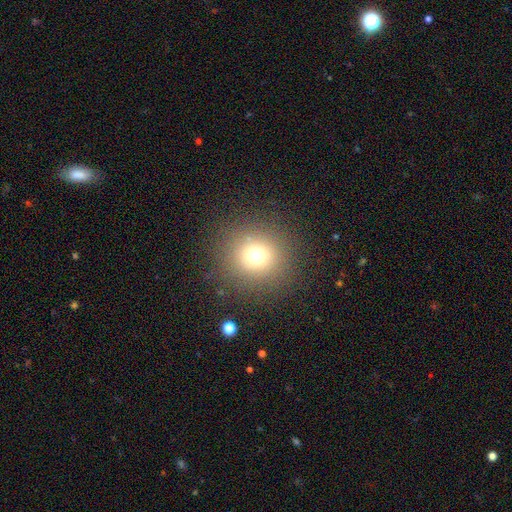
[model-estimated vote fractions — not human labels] The model was most divided on "smooth or featured": smooth: 71%, star or artifact: 19%, featured or disk: 10%. More confident: how rounded — round (93%); merging — none (87%).